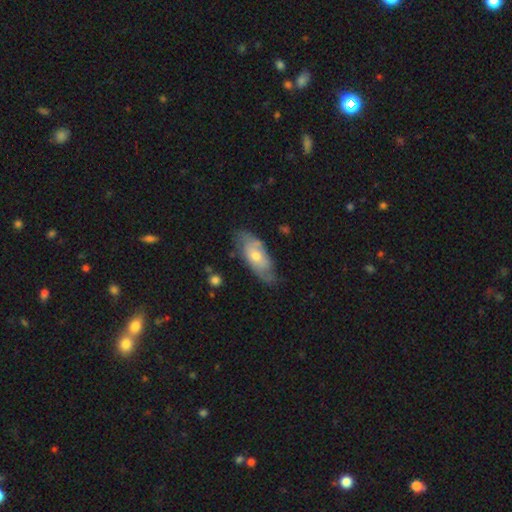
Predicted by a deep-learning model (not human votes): This is possibly a featured or disk galaxy (51%). It is clearly not viewed edge-on (82%). Merging: likely none (68%).